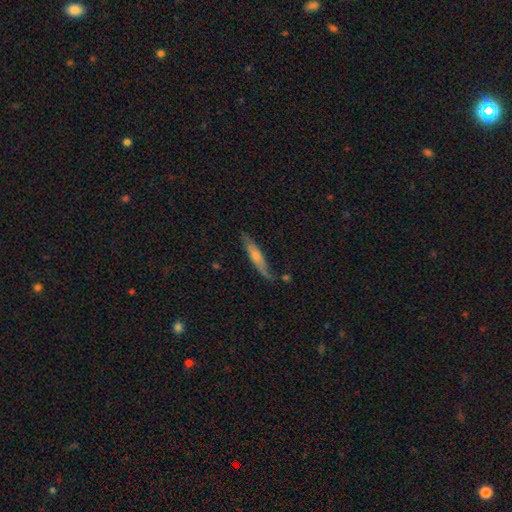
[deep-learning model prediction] Morphology: type=smooth (50%); merging=none (70%).